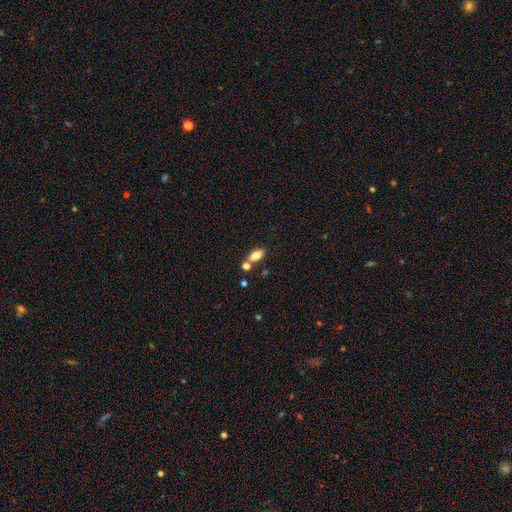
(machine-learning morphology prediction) A smooth galaxy with no disk features (78%) that is in between round and cigar-shaped (87%). Merging: none (66%).